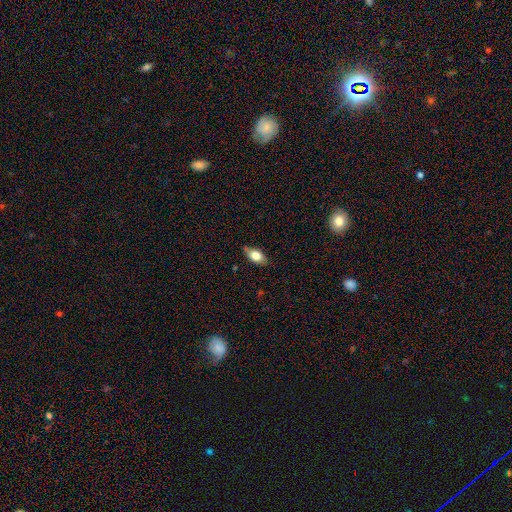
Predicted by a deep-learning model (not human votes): Smooth or featured? Predicted: smooth (p=0.73). How rounded? Predicted: in between (p=0.86). Merging? Predicted: none (p=0.77).